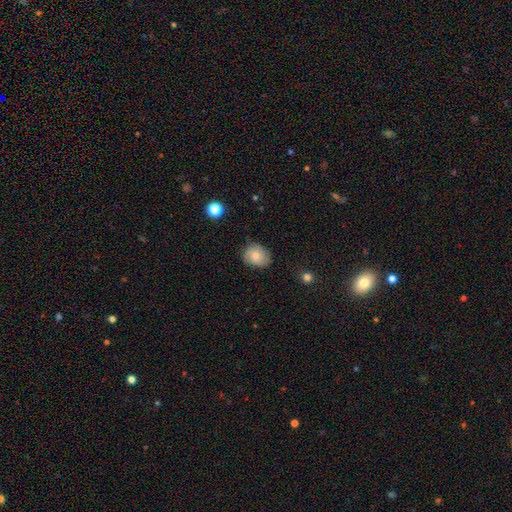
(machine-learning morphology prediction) This is likely a smooth galaxy (73%). How rounded: possibly round (57%). Merging: likely none (74%).